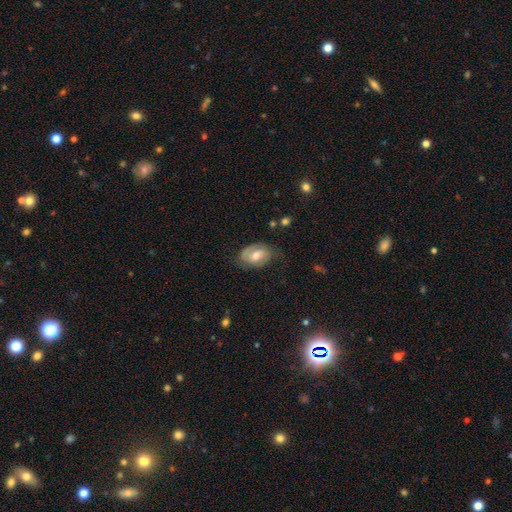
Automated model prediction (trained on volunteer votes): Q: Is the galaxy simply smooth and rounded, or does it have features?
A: featured or disk — 50%.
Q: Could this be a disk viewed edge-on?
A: no — 94%.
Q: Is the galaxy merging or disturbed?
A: none — 61%.